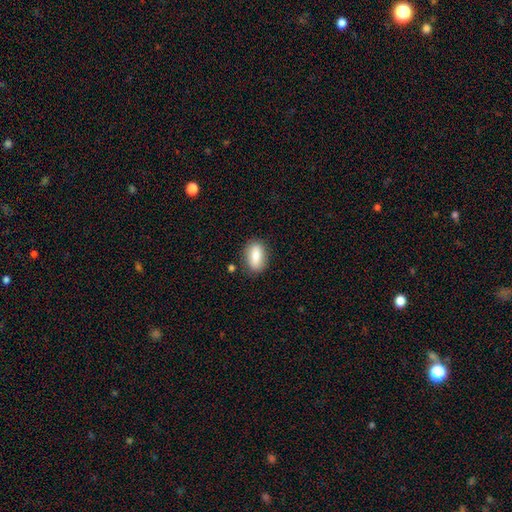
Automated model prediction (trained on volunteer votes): This appears to be a smooth galaxy with no disk features (83%) that is in between round and cigar-shaped (84%). Merging: none (84%).